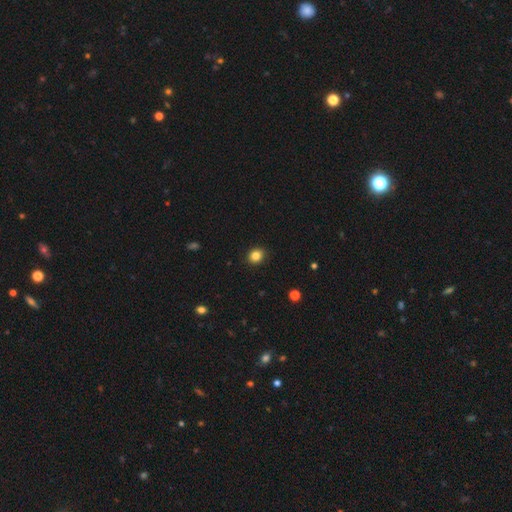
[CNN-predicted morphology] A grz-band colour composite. It shows a smooth galaxy with no disk features (84%) that is round (67%). Merging: none (90%).